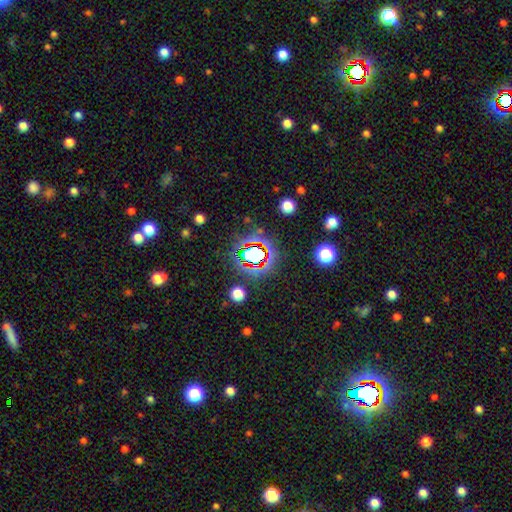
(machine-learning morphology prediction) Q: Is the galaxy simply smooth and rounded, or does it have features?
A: star or artifact — 63%.